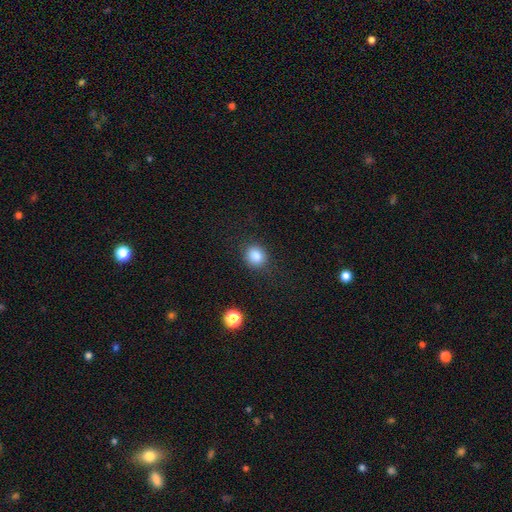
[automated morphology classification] Smooth or featured: smooth — 85% (star or artifact — 11%)
How rounded: round — 76% (in between — 23%)
Merging: none — 85% (minor disturbance — 10%)